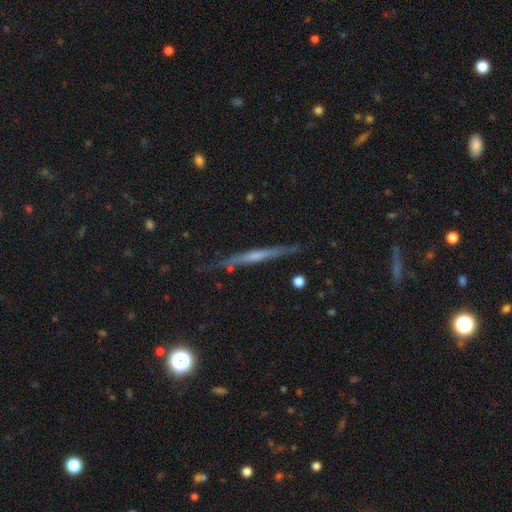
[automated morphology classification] This is likely a featured or disk galaxy (62%). It is clearly viewed edge-on (95%). Edge-on bulge: likely none (66%). Merging: likely none (78%).